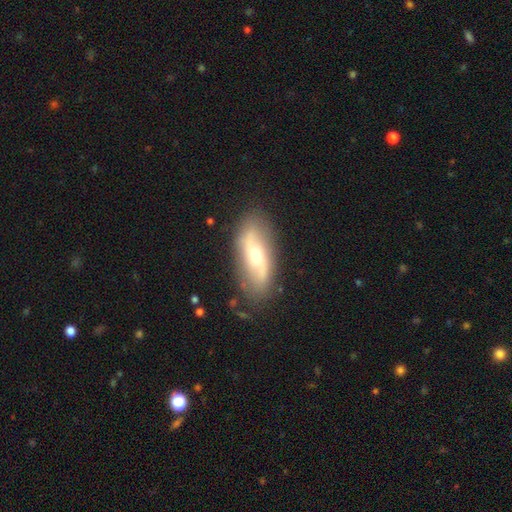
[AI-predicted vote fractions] Q: Smooth or featured?
A: featured or disk (60%); runner-up: smooth (33%)
Q: Edge-on disk?
A: no (83%); runner-up: yes (17%)
Q: Bar?
A: no (46%); runner-up: weak (36%)
Q: Spiral arms?
A: yes (75%); runner-up: no (25%)
Q: Bulge size?
A: moderate (63%); runner-up: small (26%)
Q: Merging?
A: none (80%); runner-up: minor disturbance (14%)